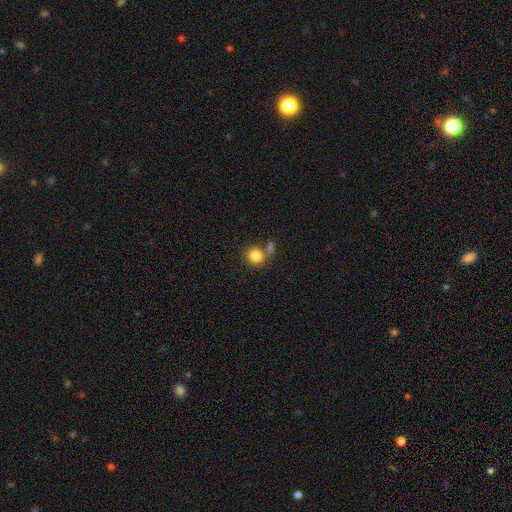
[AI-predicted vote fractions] smooth 83%, star or artifact 10%, featured or disk 6%. Down the decision tree: how rounded — round (83%); merging — none (63%).